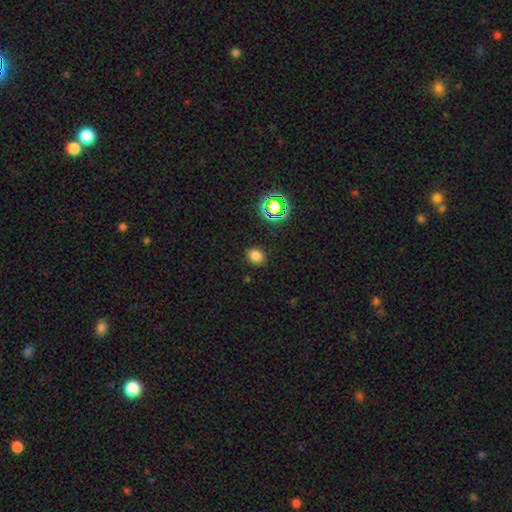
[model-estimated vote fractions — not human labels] Smooth or featured? smooth (76%)
How rounded? in between (50%)
Merging? none (87%)